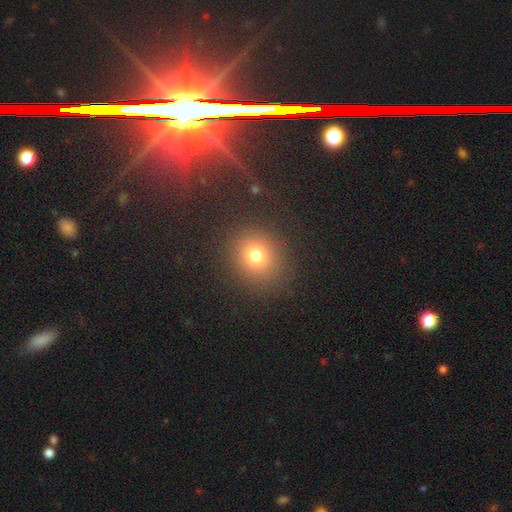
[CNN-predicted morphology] This is likely a smooth galaxy (74%). How rounded: clearly round (82%). Merging: clearly none (86%).